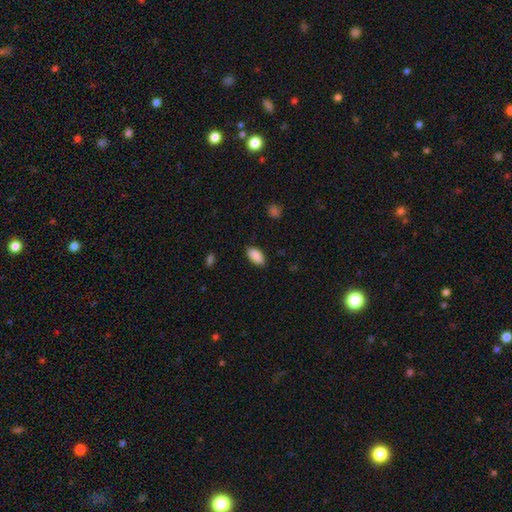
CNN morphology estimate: type=smooth (89%); roundness=in between (94%); merging=none (85%).